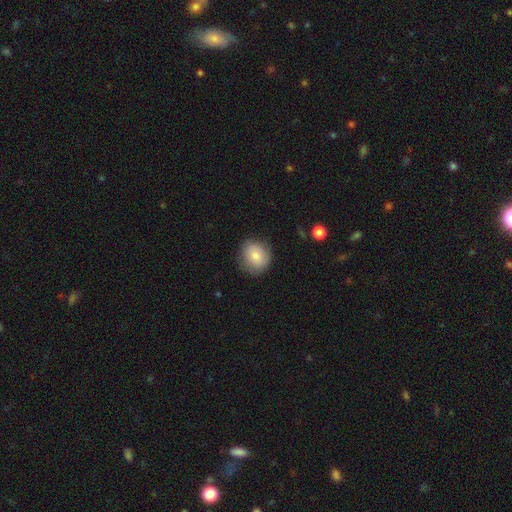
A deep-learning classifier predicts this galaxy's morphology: This appears to be a smooth galaxy with no disk features (80%) that is round (76%). Merging: none (80%).